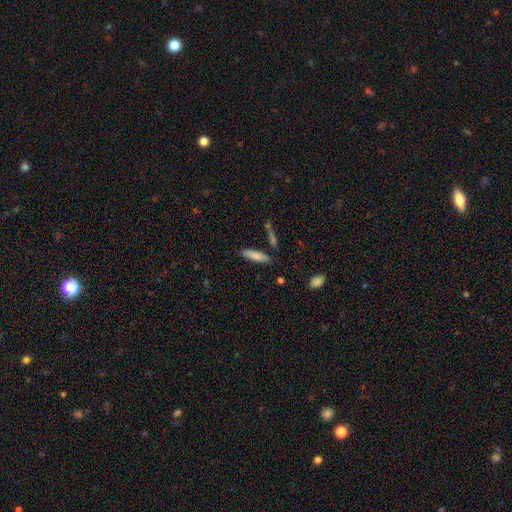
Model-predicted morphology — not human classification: A smooth galaxy with no disk features (81%) that is cigar-shaped (66%).

Vote fractions:
- Smooth or featured? smooth: 81% / featured or disk: 13% / star or artifact: 6%
- How rounded? cigar-shaped: 66% / in between: 33% / round: 2%
- Merging? none: 79% / minor disturbance: 13% / merger: 5% / major disturbance: 3%